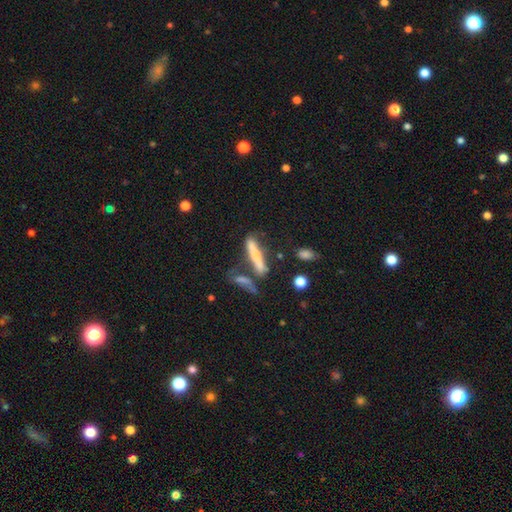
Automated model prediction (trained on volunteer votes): Q: Smooth or featured?
A: smooth (49%); runner-up: featured or disk (42%)
Q: Merging?
A: none (47%); runner-up: merger (23%)